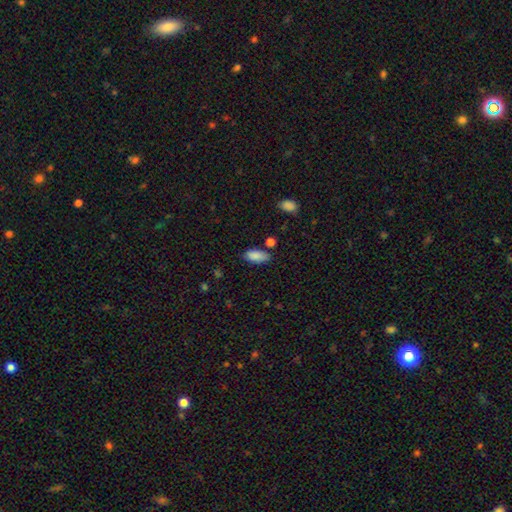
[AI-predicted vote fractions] Smooth or featured? smooth (87%)
How rounded? in between (89%)
Merging? none (76%)